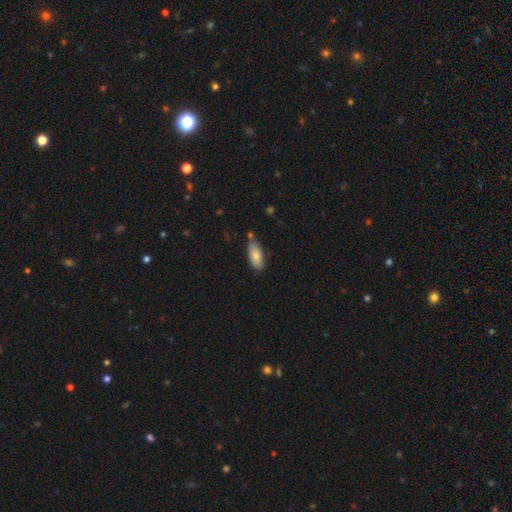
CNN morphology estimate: Smooth or featured: smooth — 81% (featured or disk — 13%)
How rounded: in between — 85% (cigar-shaped — 13%)
Merging: none — 69% (minor disturbance — 21%)